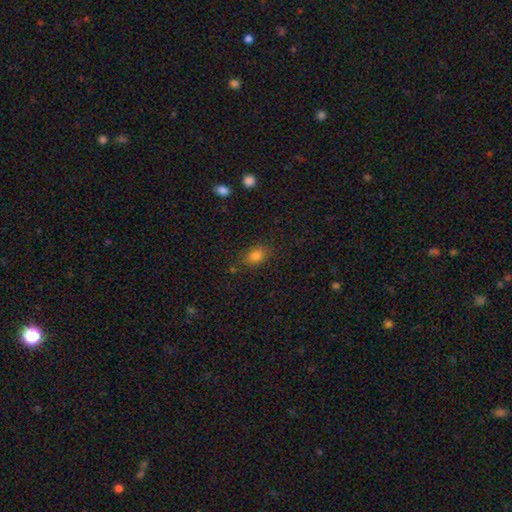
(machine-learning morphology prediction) smooth-or-featured: smooth: 82% | star or artifact: 13% | featured or disk: 6%
  how-rounded: in between: 71% | round: 27% | cigar-shaped: 2%
  merging: none: 79% | minor disturbance: 14% | major disturbance: 4% | merger: 3%